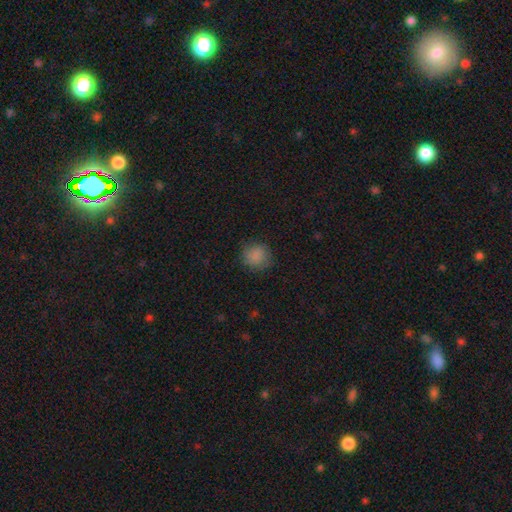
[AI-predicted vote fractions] smooth-or-featured: smooth: 85% | star or artifact: 10% | featured or disk: 4%
  how-rounded: round: 90% | in between: 9% | cigar-shaped: 1%
  merging: none: 83% | minor disturbance: 12% | major disturbance: 4% | merger: 1%